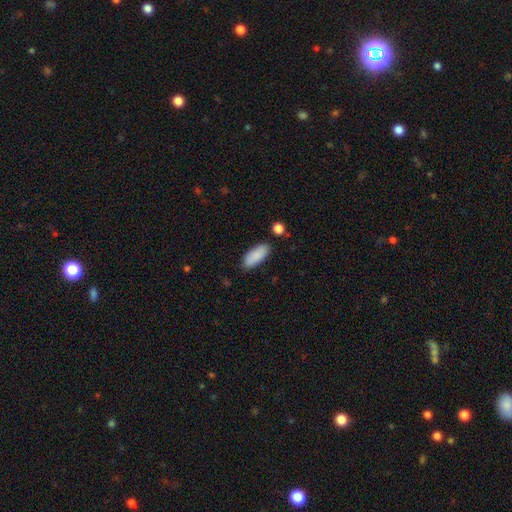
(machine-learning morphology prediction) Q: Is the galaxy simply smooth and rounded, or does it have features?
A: smooth — 88%.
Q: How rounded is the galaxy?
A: in between — 83%.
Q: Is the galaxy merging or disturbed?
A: none — 83%.